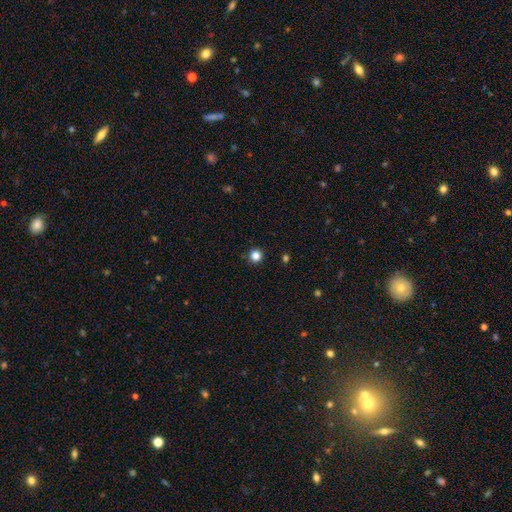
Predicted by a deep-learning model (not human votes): A smooth galaxy with no disk features (83%) that is round (96%).

Vote fractions:
- Smooth or featured? smooth: 83% / star or artifact: 13% / featured or disk: 3%
- How rounded? round: 96% / in between: 3% / cigar-shaped: 1%
- Merging? none: 93% / minor disturbance: 5% / major disturbance: 2% / merger: 1%